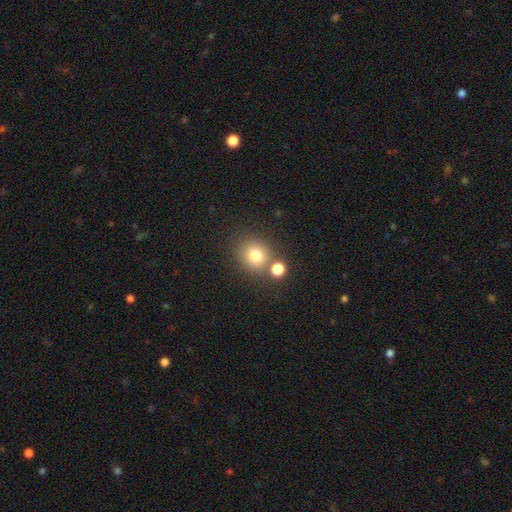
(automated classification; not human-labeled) Q: Smooth or featured?
A: smooth (78%); runner-up: star or artifact (13%)
Q: How rounded?
A: round (85%); runner-up: in between (14%)
Q: Merging?
A: none (69%); runner-up: merger (18%)